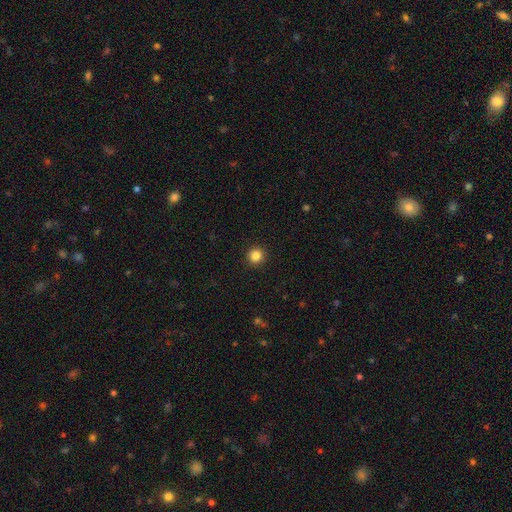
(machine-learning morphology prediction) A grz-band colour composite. It shows a smooth galaxy with no disk features (84%) that is round (95%). Merging: none (93%).